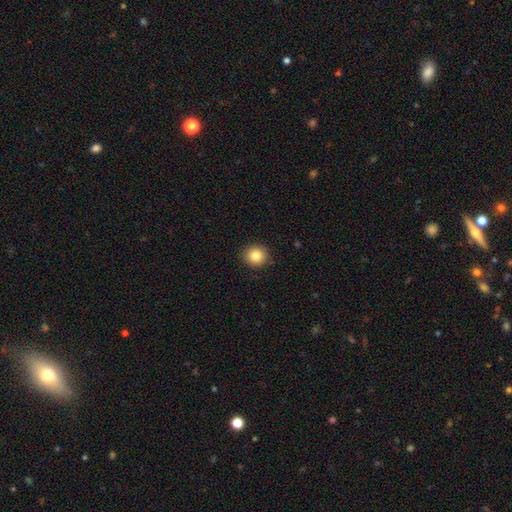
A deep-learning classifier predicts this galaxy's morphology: A smooth galaxy with no disk features (84%) that is round (91%).

Vote fractions:
- Smooth or featured? smooth: 84% / star or artifact: 10% / featured or disk: 6%
- How rounded? round: 91% / in between: 8% / cigar-shaped: 1%
- Merging? none: 92% / minor disturbance: 6% / major disturbance: 2% / merger: 1%